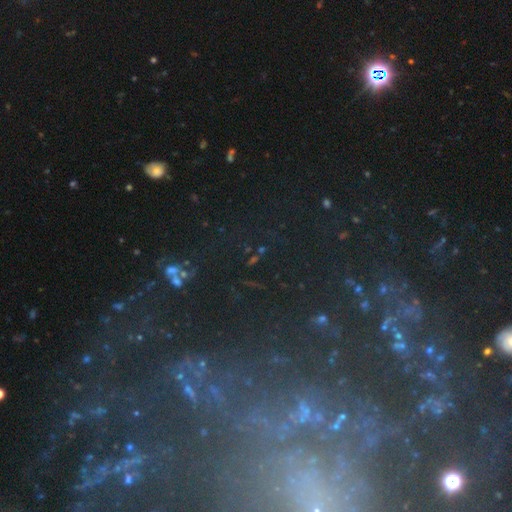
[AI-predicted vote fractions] The model was most divided on "smooth or featured": featured or disk: 55%, star or artifact: 31%, smooth: 14%. More confident: edge-on disk — no (90%); merging — none (69%).